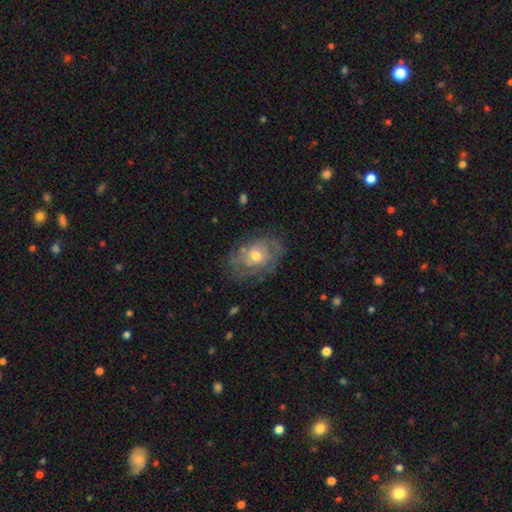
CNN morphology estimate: This is likely a featured or disk galaxy (66%). It is clearly not viewed edge-on (95%). Bar: likely no (78%). Spiral arm pattern: likely yes (71%). Central bulge: likely moderate (66%). Merging: likely none (70%).